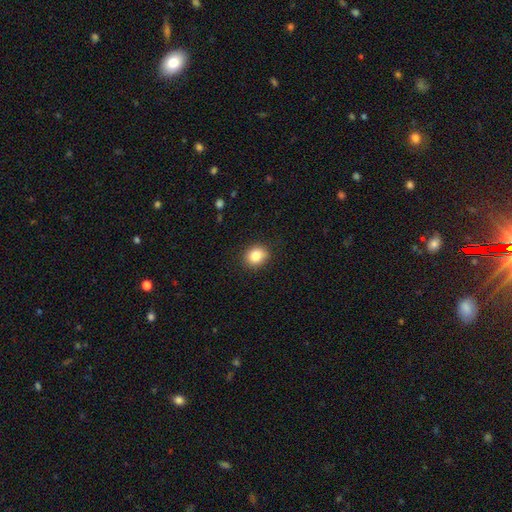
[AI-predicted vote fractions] smooth 84%, star or artifact 9%, featured or disk 6%. Down the decision tree: how rounded — round (66%); merging — none (88%).